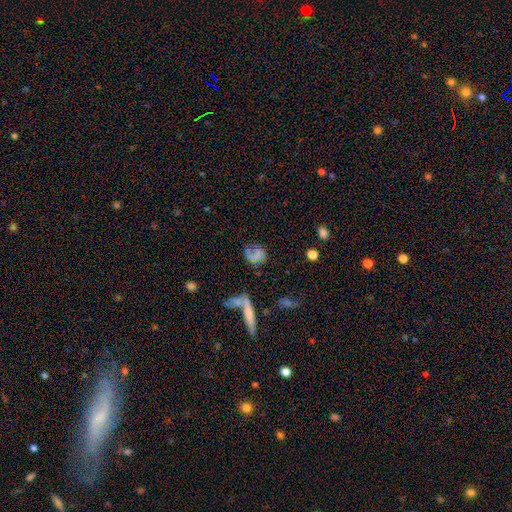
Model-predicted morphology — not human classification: Q: Smooth or featured?
A: smooth (53%); runner-up: featured or disk (34%)
Q: How rounded?
A: in between (50%); runner-up: round (45%)
Q: Merging?
A: none (45%); runner-up: major disturbance (24%)